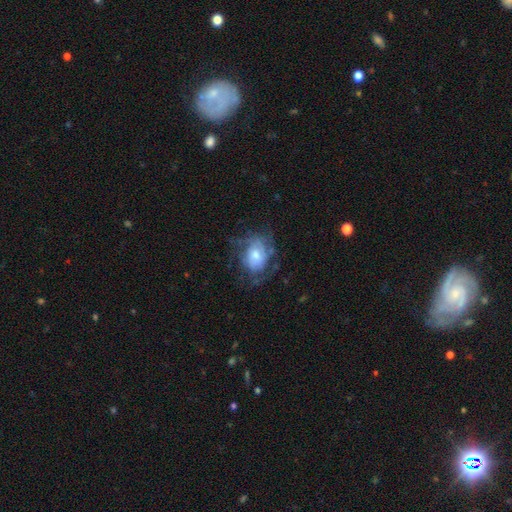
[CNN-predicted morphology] A featured or disk galaxy (61%) with no bar (71%), spiral arms (74%) and a moderate central bulge (50%).

Vote fractions:
- Smooth or featured? featured or disk: 61% / smooth: 31% / star or artifact: 8%
- Edge-on disk? no: 97% / yes: 3%
- Bar? no: 71% / weak: 25% / strong: 4%
- Spiral arms? yes: 74% / no: 26%
- Bulge size? moderate: 50% / small: 30% / large: 15% / none: 3% / dominant: 2%
- Merging? none: 52% / minor disturbance: 23% / major disturbance: 23% / merger: 2%